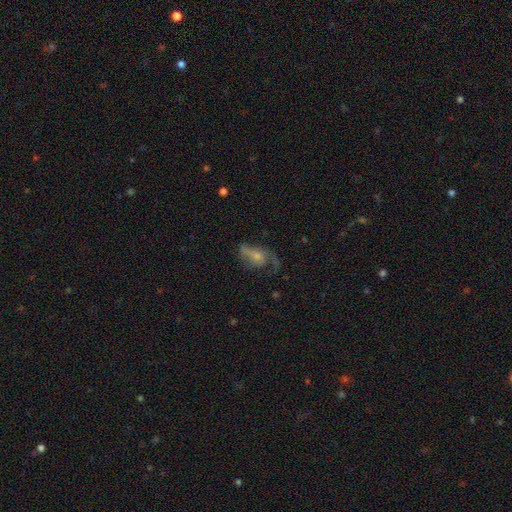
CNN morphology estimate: featured or disk 61%, smooth 29%, star or artifact 10%. Down the decision tree: edge-on disk — no (95%); bar — no (72%); spiral arms — yes (78%); bulge size — small (47%); merging — major disturbance (39%).